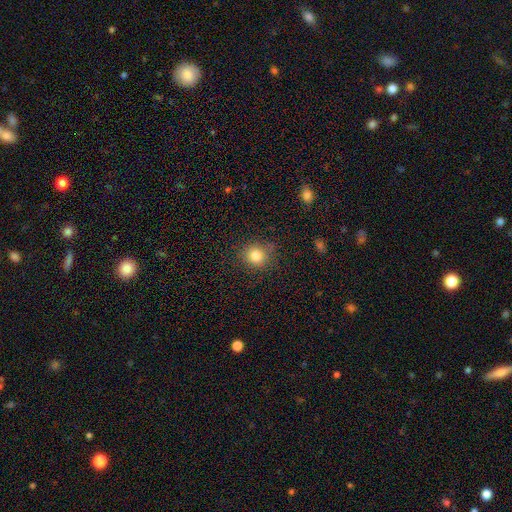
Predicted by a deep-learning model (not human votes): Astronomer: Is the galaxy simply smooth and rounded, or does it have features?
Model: smooth — 82%.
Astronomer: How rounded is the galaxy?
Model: round — 84%.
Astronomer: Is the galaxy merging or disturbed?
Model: none — 83%.